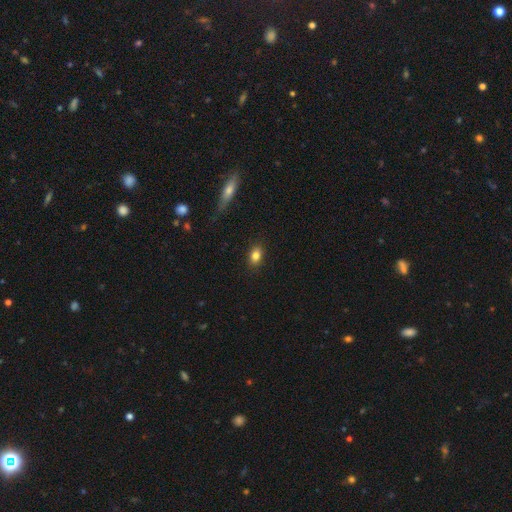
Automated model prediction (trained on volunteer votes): smooth_or_featured: smooth (p=0.83) [alt: star or artifact p=0.09]
how_rounded: in between (p=0.72) [alt: round p=0.25]
merging: none (p=0.87) [alt: minor disturbance p=0.10]